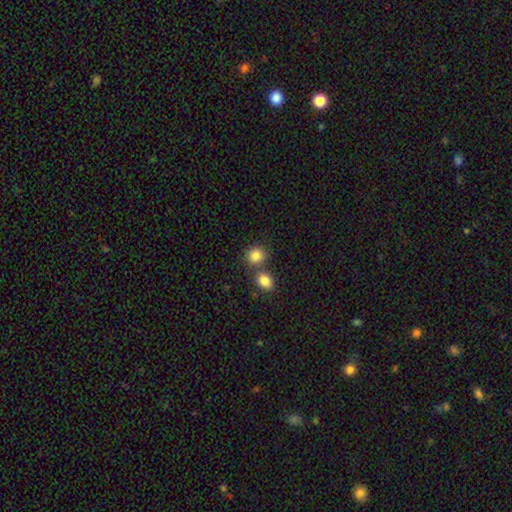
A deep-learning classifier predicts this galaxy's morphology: Smooth or featured?
  - smooth: 85% *
  - star or artifact: 10%
  - featured or disk: 6%
How rounded?
  - round: 77% *
  - in between: 22%
  - cigar-shaped: 1%
Merging?
  - none: 62% *
  - merger: 27%
  - minor disturbance: 8%
  - major disturbance: 3%